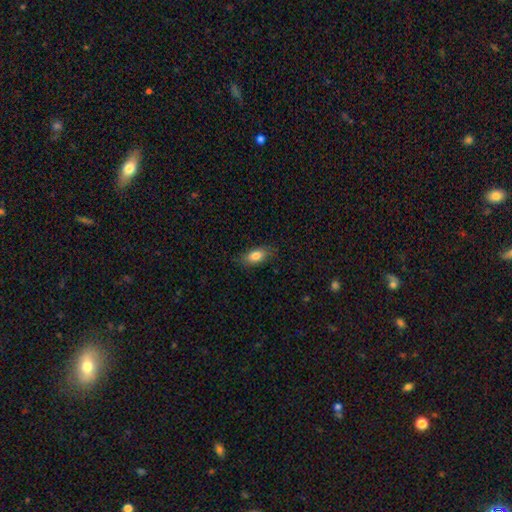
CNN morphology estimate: Smooth or featured?
  - smooth: 82% *
  - featured or disk: 10%
  - star or artifact: 8%
How rounded?
  - in between: 86% *
  - cigar-shaped: 9%
  - round: 6%
Merging?
  - none: 81% *
  - minor disturbance: 15%
  - major disturbance: 3%
  - merger: 1%